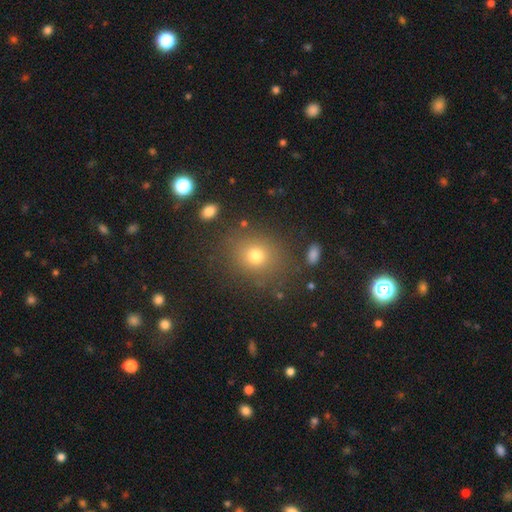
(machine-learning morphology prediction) Smooth or featured: smooth — 72% (star or artifact — 18%)
How rounded: round — 76% (in between — 22%)
Merging: none — 82% (minor disturbance — 10%)